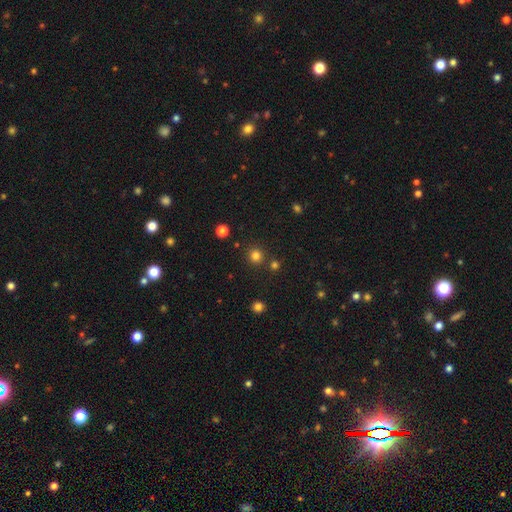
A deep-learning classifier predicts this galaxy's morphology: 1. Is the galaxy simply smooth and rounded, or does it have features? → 80% smooth, 16% star or artifact, 4% featured or disk.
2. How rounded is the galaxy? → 93% round, 6% in between, 1% cigar-shaped.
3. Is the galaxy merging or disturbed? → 84% none, 7% merger, 6% minor disturbance, 2% major disturbance.